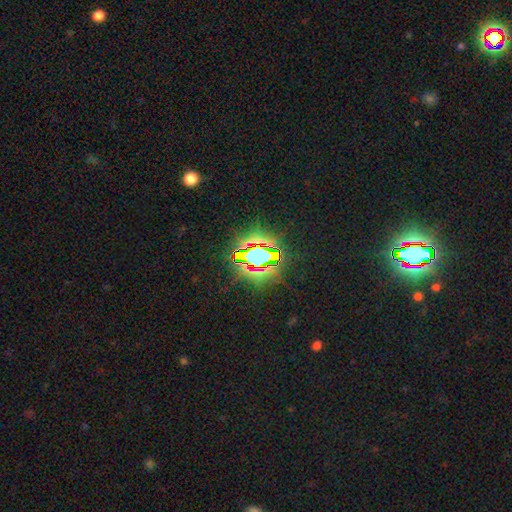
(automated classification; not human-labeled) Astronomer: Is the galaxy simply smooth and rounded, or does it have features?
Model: star or artifact — 71%.